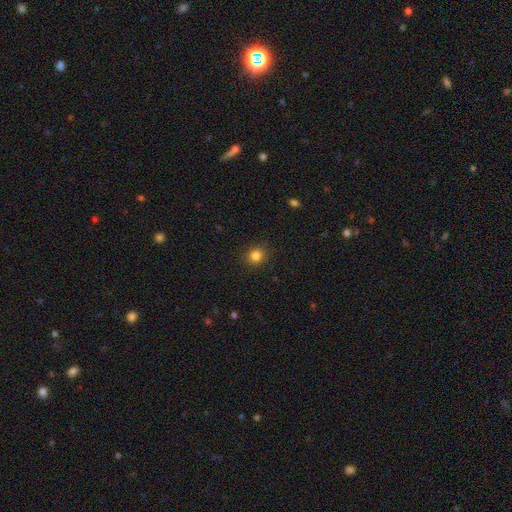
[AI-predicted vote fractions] This is clearly a smooth galaxy (83%). How rounded: clearly round (84%). Merging: clearly none (88%).